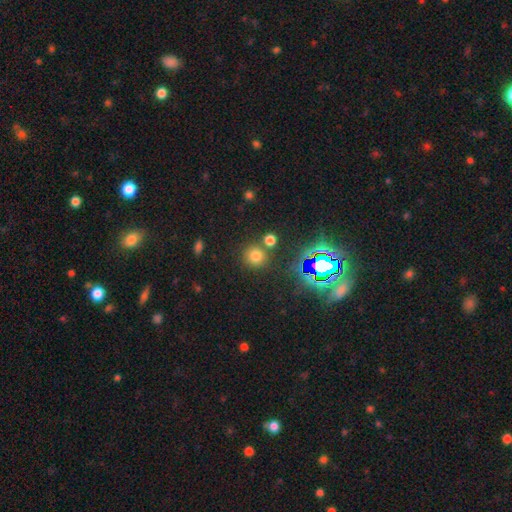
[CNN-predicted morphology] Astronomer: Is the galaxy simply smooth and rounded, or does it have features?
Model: smooth — 68%.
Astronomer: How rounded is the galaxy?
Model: round — 90%.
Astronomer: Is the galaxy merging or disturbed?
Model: none — 77%.